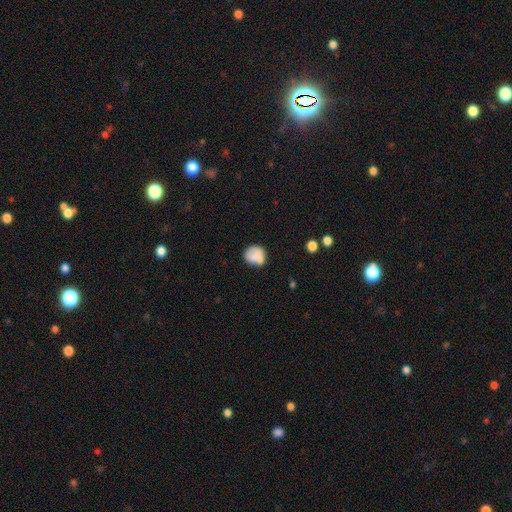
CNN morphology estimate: The model was most divided on "merging": none: 55%, minor disturbance: 21%, merger: 15%, major disturbance: 8%. More confident: how rounded — round (78%); smooth or featured — smooth (70%).